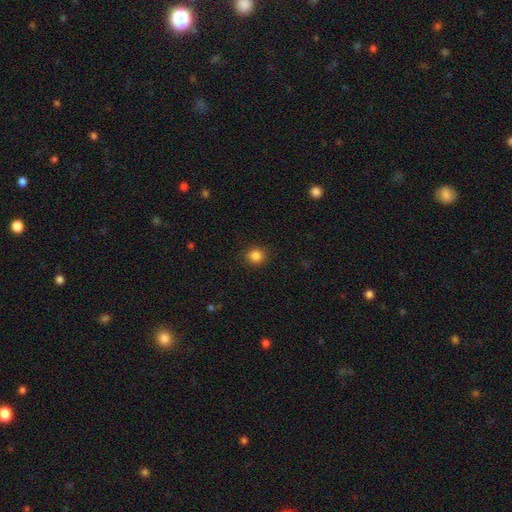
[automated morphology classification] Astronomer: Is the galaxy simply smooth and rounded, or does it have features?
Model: smooth — 85%.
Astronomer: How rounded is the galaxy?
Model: round — 90%.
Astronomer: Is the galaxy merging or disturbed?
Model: none — 90%.